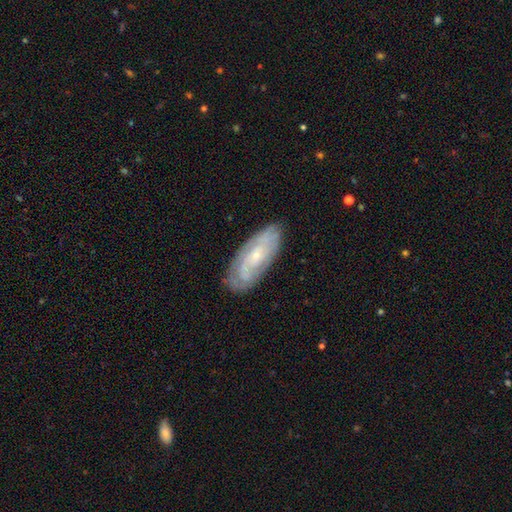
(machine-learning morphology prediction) Overall: featured or disk (73%). Edge-on disk: no (89%). Bar: no (68%). Spiral arms: yes (88%). Spiral arm count: can't tell (48%; 2 29%). Spiral winding: tight (62%; medium 28%). Bulge size: small (75%). Merging: none (79%).